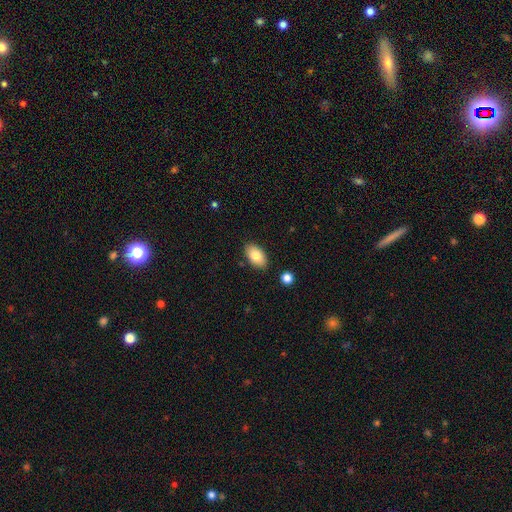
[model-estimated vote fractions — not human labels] The model was most divided on "smooth or featured": smooth: 82%, featured or disk: 11%, star or artifact: 7%. More confident: how rounded — in between (93%); merging — none (87%).